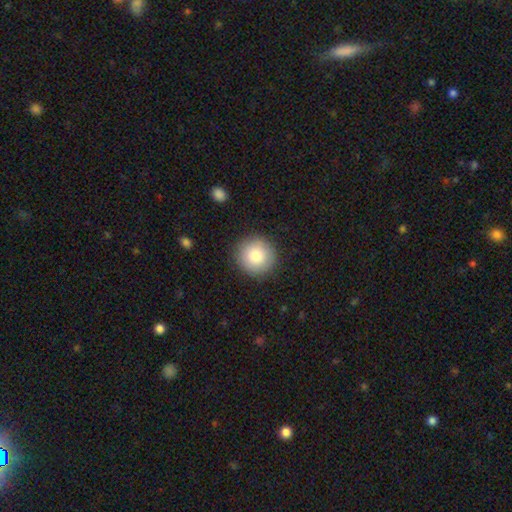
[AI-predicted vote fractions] A smooth galaxy with no disk features (82%) that is round (94%). Merging: none (90%).